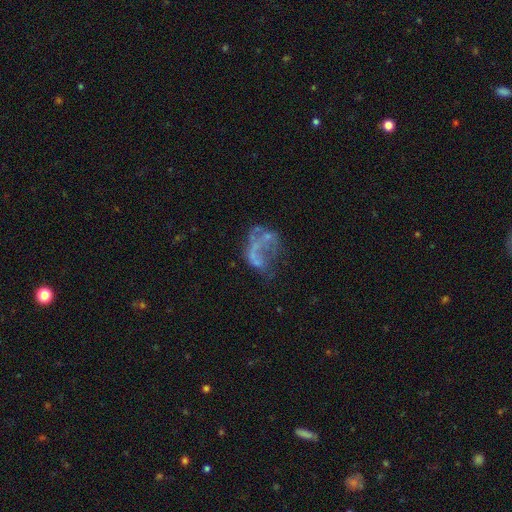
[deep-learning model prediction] featured or disk 60%, smooth 24%, star or artifact 16%. Down the decision tree: edge-on disk — no (98%); bar — no (91%); spiral arms — no (88%); bulge size — none (81%); merging — major disturbance (39%).